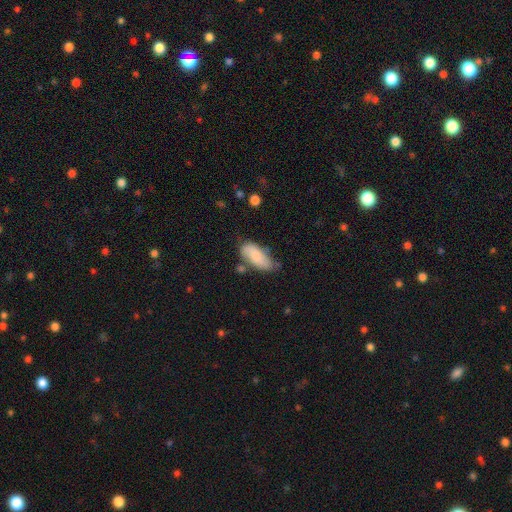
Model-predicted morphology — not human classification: This appears to be a smooth galaxy with no disk features (76%) that is in between round and cigar-shaped (86%). Merging: none (52%).